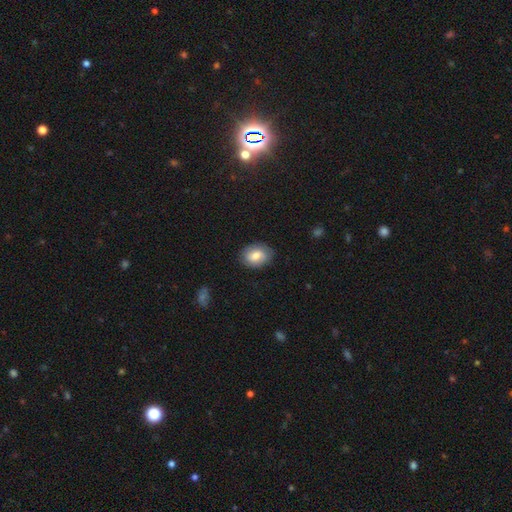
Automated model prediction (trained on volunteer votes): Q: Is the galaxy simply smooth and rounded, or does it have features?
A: smooth — 76%.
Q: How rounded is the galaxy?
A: in between — 74%.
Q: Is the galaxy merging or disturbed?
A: none — 82%.